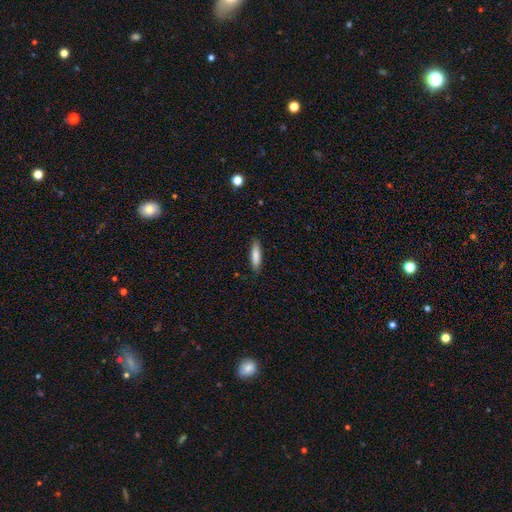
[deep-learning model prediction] A smooth galaxy with no disk features (83%) that is cigar-shaped (69%). Merging: none (87%).